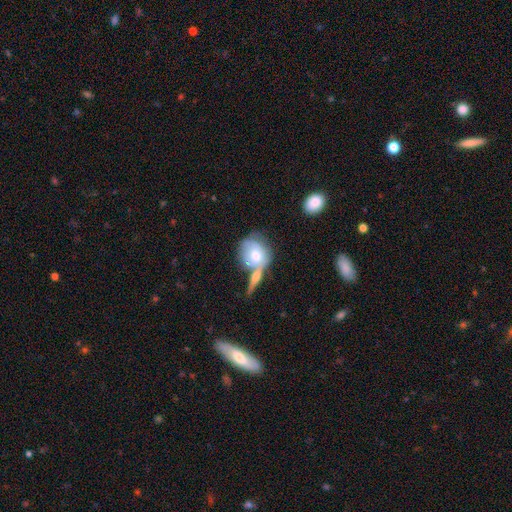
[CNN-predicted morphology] A smooth galaxy with no disk features (54%) that is round (70%). Merging: merger (43%).